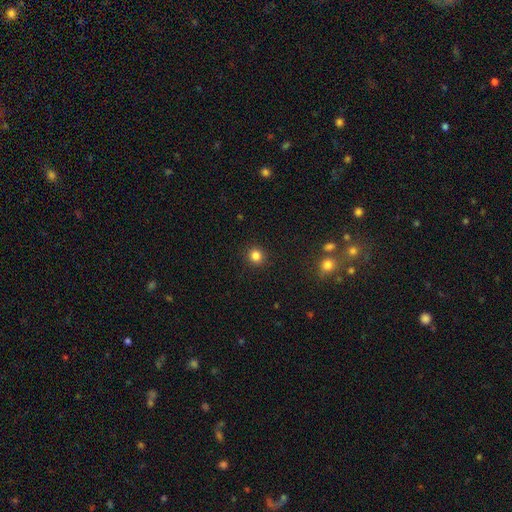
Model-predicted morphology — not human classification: A smooth galaxy with no disk features (83%) that is round (88%).

Vote fractions:
- Smooth or featured? smooth: 83% / star or artifact: 12% / featured or disk: 4%
- How rounded? round: 88% / in between: 11% / cigar-shaped: 1%
- Merging? none: 92% / minor disturbance: 5% / major disturbance: 2% / merger: 1%